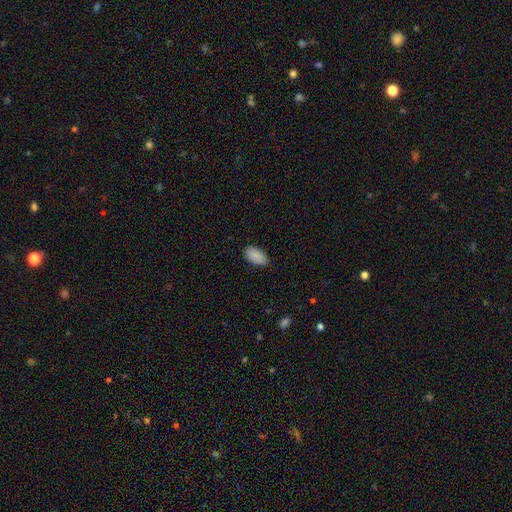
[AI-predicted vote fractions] smooth 89%, star or artifact 7%, featured or disk 4%. Down the decision tree: how rounded — in between (94%); merging — none (83%).